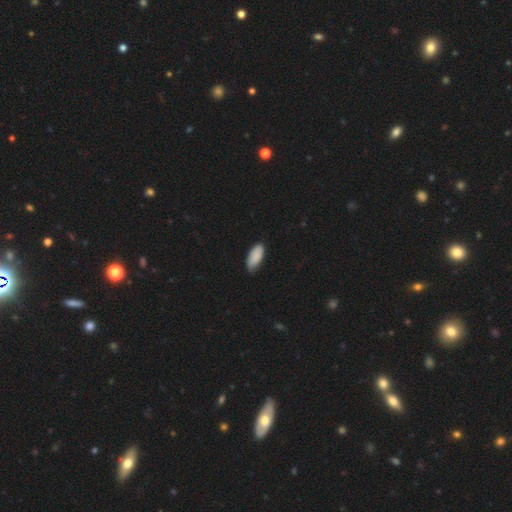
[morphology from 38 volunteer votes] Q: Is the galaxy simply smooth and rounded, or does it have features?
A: smooth — 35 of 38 (92%).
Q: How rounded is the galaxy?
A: in between — 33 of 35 (94%).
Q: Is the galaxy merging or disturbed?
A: none — 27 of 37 (73%).